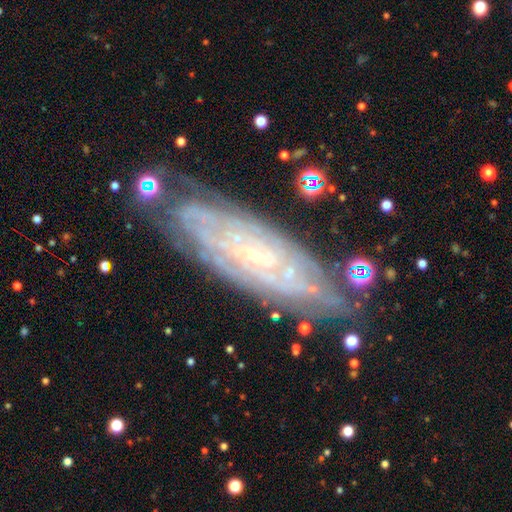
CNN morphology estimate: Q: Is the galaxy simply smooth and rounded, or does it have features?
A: featured or disk — 82%.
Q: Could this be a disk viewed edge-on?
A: no — 80%.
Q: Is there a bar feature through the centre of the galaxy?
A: no — 68%.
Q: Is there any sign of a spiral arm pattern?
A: yes — 93%.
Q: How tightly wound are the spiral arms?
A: tight — 81%.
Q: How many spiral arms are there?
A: can't tell — 53%.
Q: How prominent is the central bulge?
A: small — 87%.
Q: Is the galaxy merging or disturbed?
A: none — 74%.